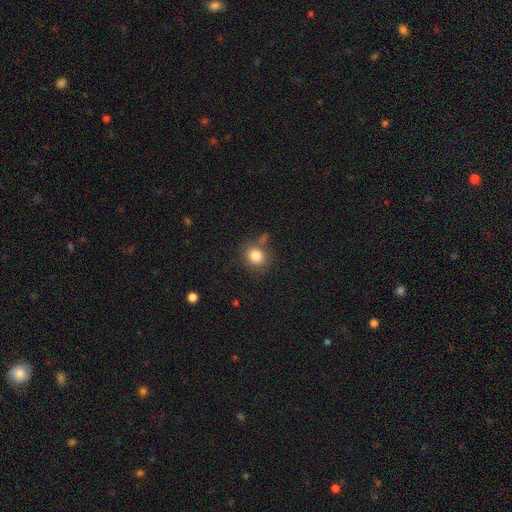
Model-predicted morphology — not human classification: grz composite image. It shows a smooth galaxy with no disk features (83%) that is round (74%). Merging: none (72%).